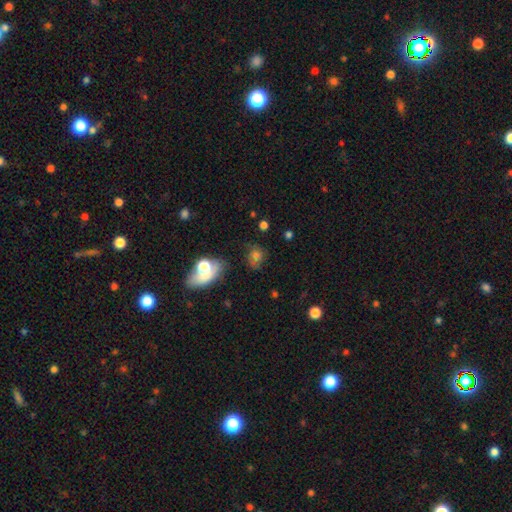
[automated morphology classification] The model was most divided on "how rounded": round: 60%, in between: 38%, cigar-shaped: 2%. More confident: smooth or featured — smooth (63%); merging — none (62%).